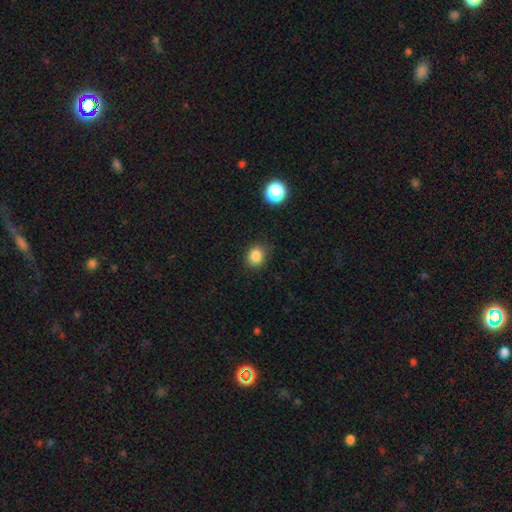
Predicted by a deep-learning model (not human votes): Smooth or featured? smooth (85%)
How rounded? round (65%)
Merging? none (84%)